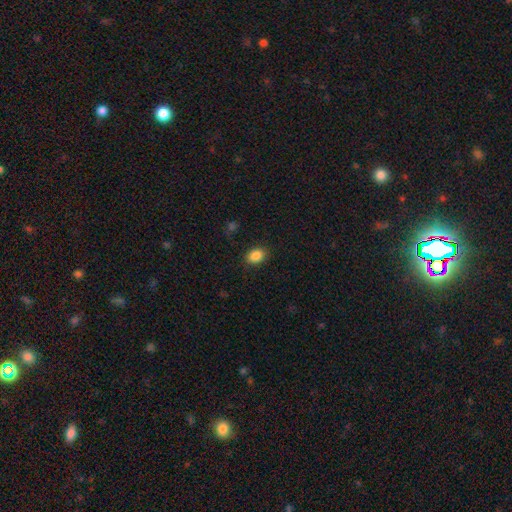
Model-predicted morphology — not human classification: Q: Smooth or featured?
A: smooth (87%); runner-up: star or artifact (9%)
Q: How rounded?
A: in between (69%); runner-up: round (30%)
Q: Merging?
A: none (87%); runner-up: minor disturbance (9%)